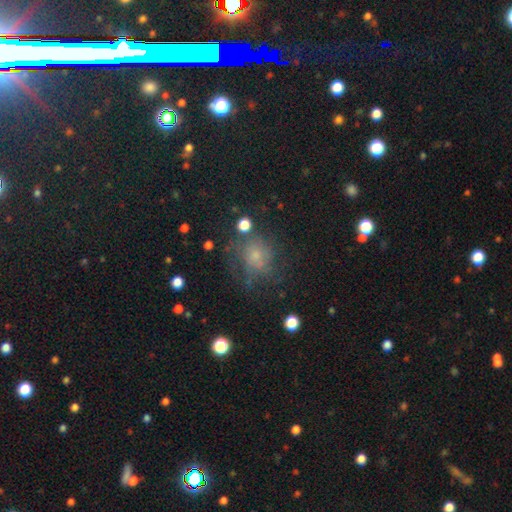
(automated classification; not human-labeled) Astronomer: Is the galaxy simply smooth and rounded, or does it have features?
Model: smooth — 50% (runner-up: featured or disk, 30%).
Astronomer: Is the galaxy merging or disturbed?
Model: none — 55%.